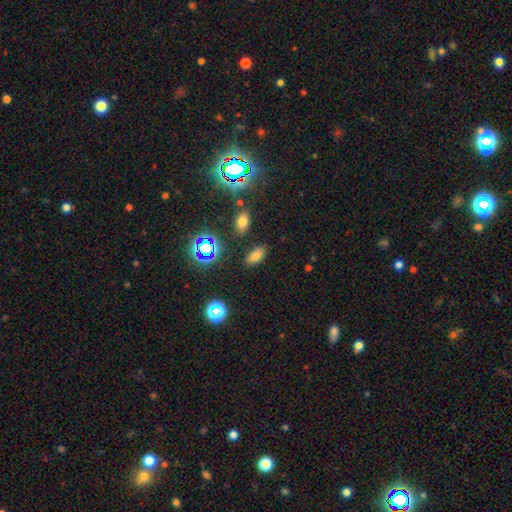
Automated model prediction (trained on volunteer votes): Overall: smooth (67%). How rounded: in between (89%). Merging: none (84%).